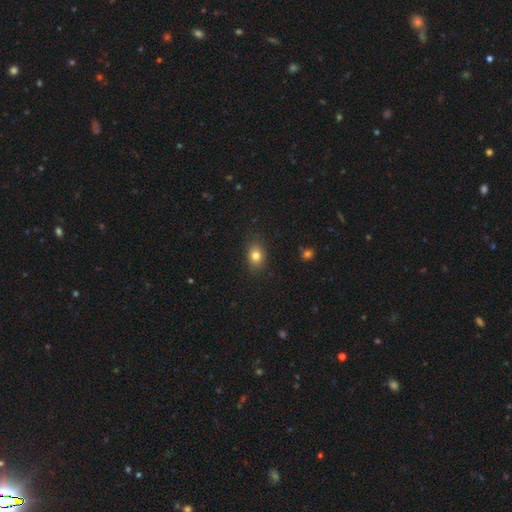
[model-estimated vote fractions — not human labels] Smooth or featured: smooth — 80% (star or artifact — 11%)
How rounded: in between — 62% (round — 37%)
Merging: none — 84% (minor disturbance — 12%)